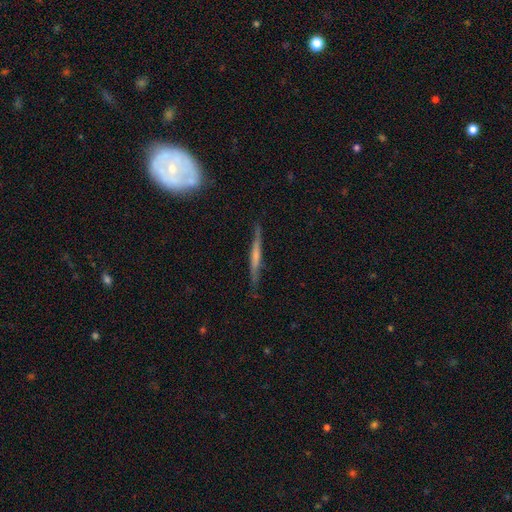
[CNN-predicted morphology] Smooth or featured: featured or disk — 57% (smooth — 37%)
Edge-on disk: yes — 94% (no — 6%)
Edge-on bulge: none — 57% (rounded — 27%)
Merging: none — 82% (minor disturbance — 13%)